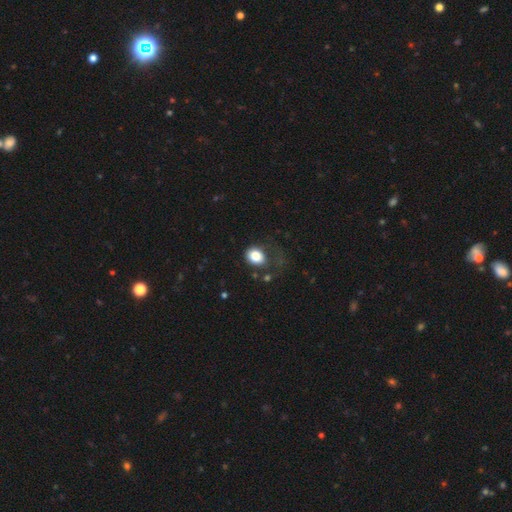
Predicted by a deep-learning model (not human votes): The model was most divided on "how rounded": in between: 51%, round: 48%, cigar-shaped: 1%. More confident: smooth or featured — smooth (83%); merging — none (53%).